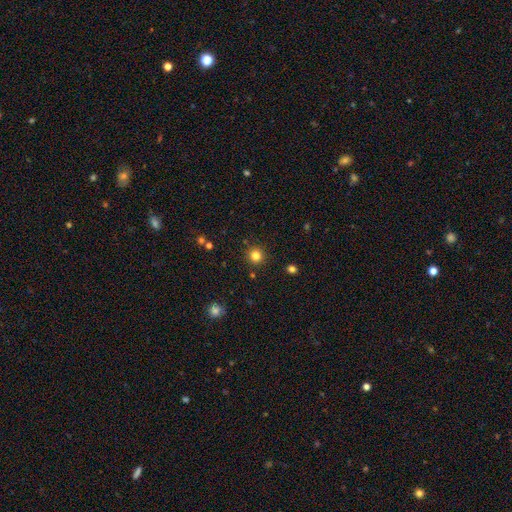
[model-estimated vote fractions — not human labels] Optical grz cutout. It shows a smooth galaxy with no disk features (81%) that is round (95%). Merging: none (90%).